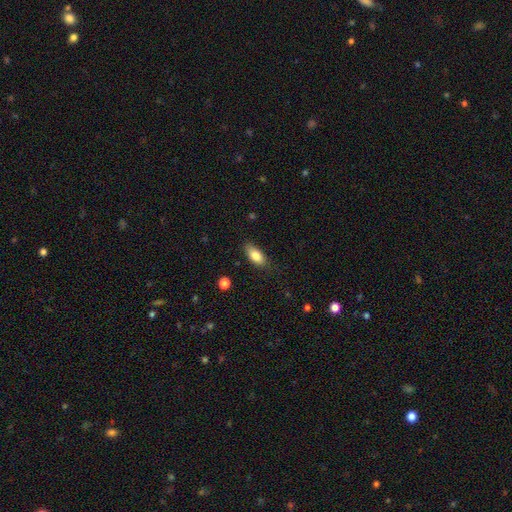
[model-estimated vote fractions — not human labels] smooth 83%, featured or disk 10%, star or artifact 7%. Down the decision tree: how rounded — in between (87%); merging — none (80%).